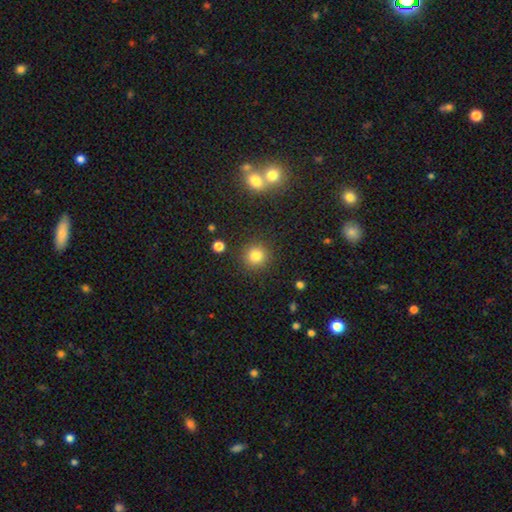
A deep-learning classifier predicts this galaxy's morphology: Smooth or featured? smooth (81%)
How rounded? round (93%)
Merging? none (89%)